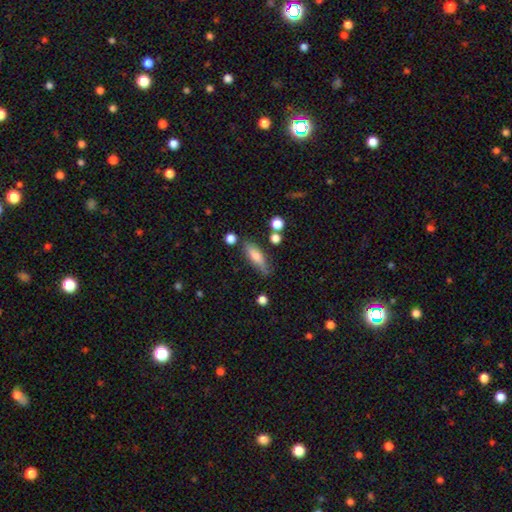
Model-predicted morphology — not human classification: Smooth or featured: smooth — 69% (featured or disk — 24%)
How rounded: in between — 50% (cigar-shaped — 48%)
Merging: none — 72% (minor disturbance — 18%)